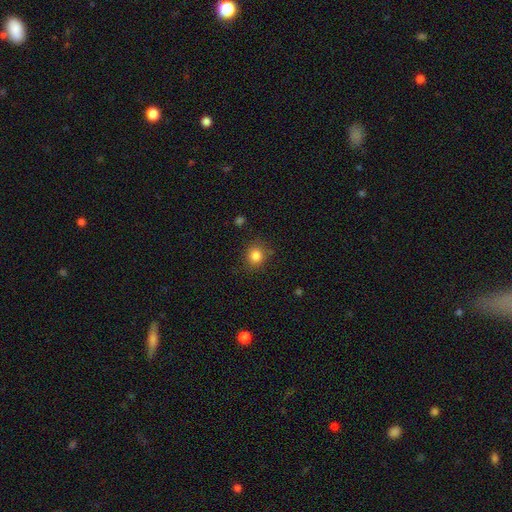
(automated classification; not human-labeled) smooth 84%, star or artifact 11%, featured or disk 5%. Down the decision tree: how rounded — round (85%); merging — none (82%).